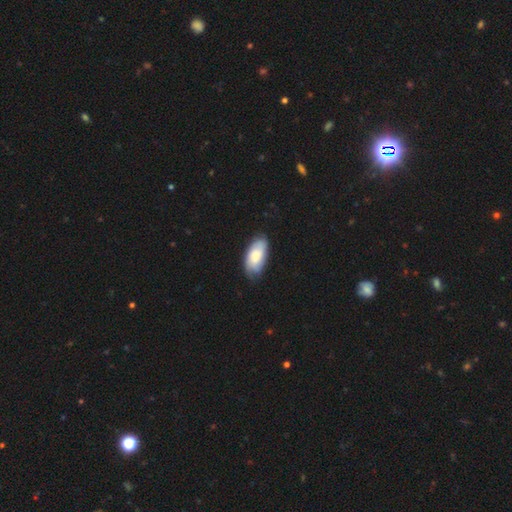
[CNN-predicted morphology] This is likely a smooth galaxy (65%). How rounded: clearly in between (92%). Merging: likely none (68%).